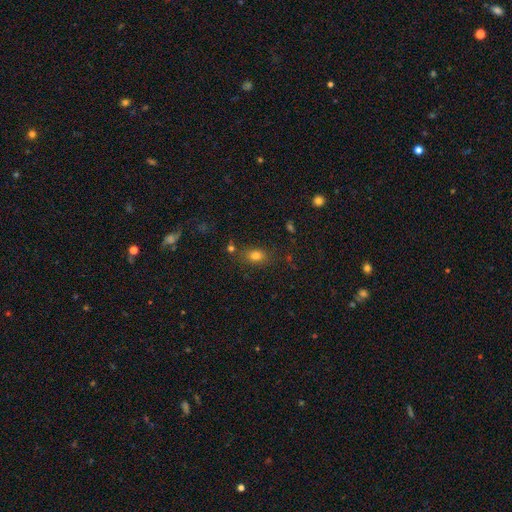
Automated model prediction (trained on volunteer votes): smooth-or-featured: smooth: 78% | star or artifact: 14% | featured or disk: 8%
  how-rounded: in between: 68% | round: 30% | cigar-shaped: 2%
  merging: none: 75% | minor disturbance: 14% | merger: 7% | major disturbance: 4%